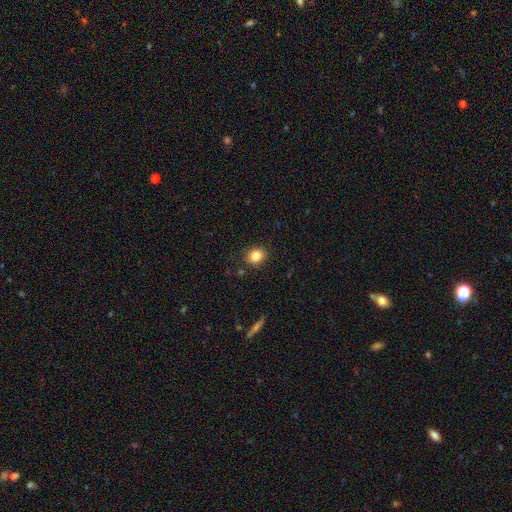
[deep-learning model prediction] smooth 83%, star or artifact 11%, featured or disk 6%. Down the decision tree: how rounded — round (69%); merging — none (89%).